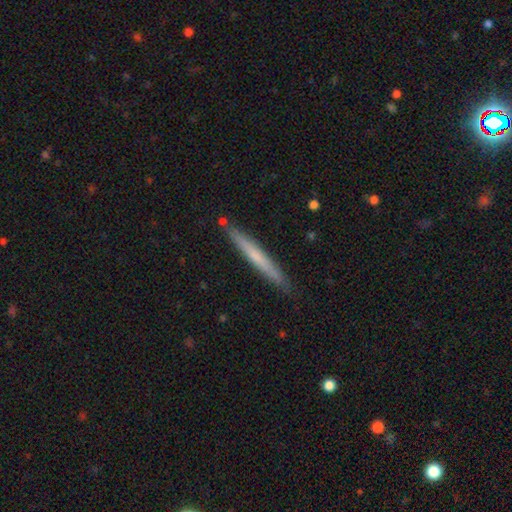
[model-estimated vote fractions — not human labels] A smooth galaxy with no disk features (55%) that is cigar-shaped (97%). Merging: none (88%).